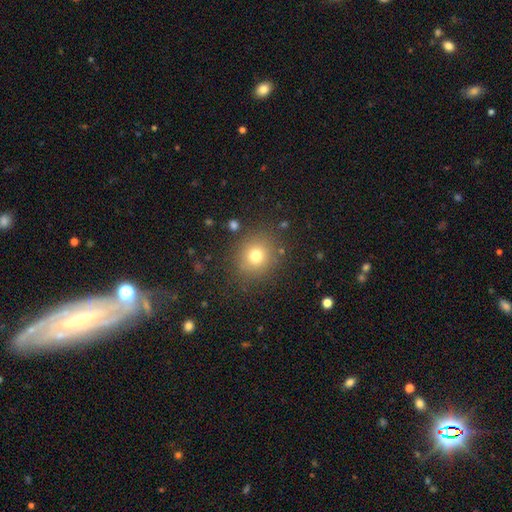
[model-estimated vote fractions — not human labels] A smooth galaxy with no disk features (74%) that is round (85%). Merging: none (84%).